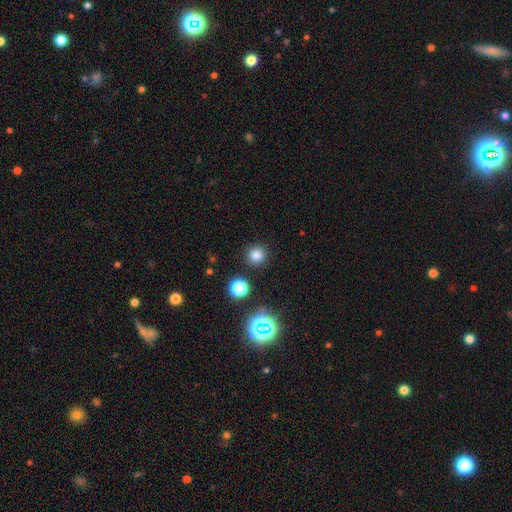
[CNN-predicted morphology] This appears to be a smooth galaxy with no disk features (77%) that is round (93%). Merging: none (89%).